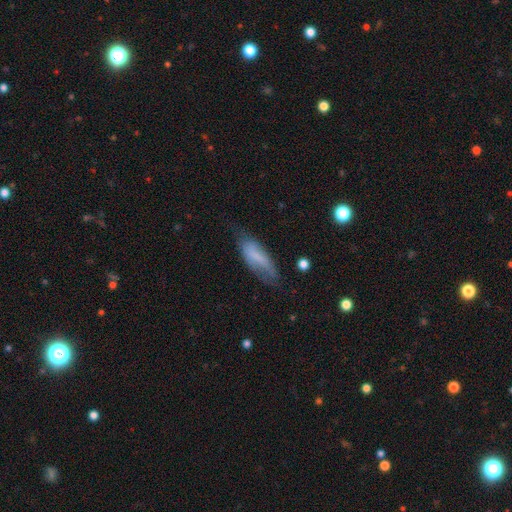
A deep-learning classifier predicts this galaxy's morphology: type=smooth (62%); roundness=in between (63%); merging=none (51%).